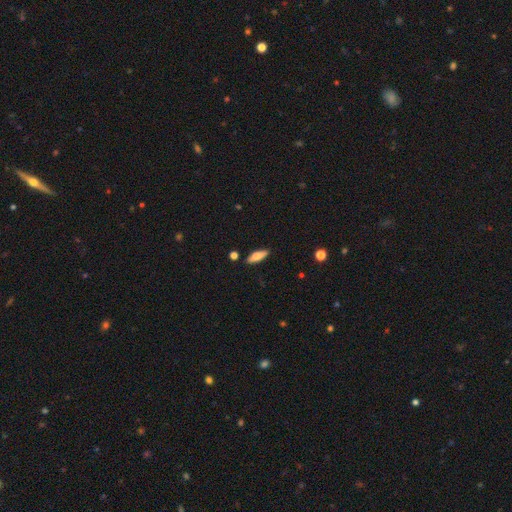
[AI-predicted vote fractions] Smooth or featured: smooth — 61% (featured or disk — 32%)
How rounded: in between — 54% (cigar-shaped — 43%)
Merging: none — 87% (minor disturbance — 9%)